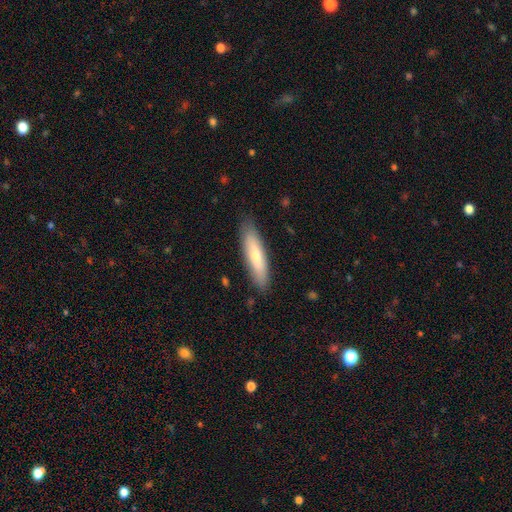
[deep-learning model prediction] Overall: smooth (67%; featured or disk 27%). How rounded: cigar-shaped (75%). Merging: none (87%).